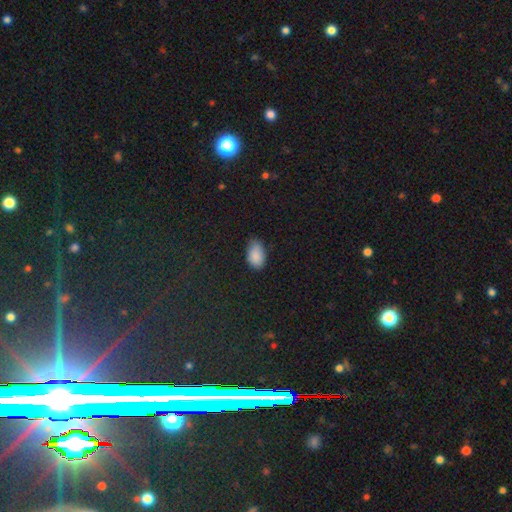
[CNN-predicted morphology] Smooth or featured: smooth — 87% (star or artifact — 8%)
How rounded: in between — 93% (round — 5%)
Merging: none — 68% (minor disturbance — 27%)